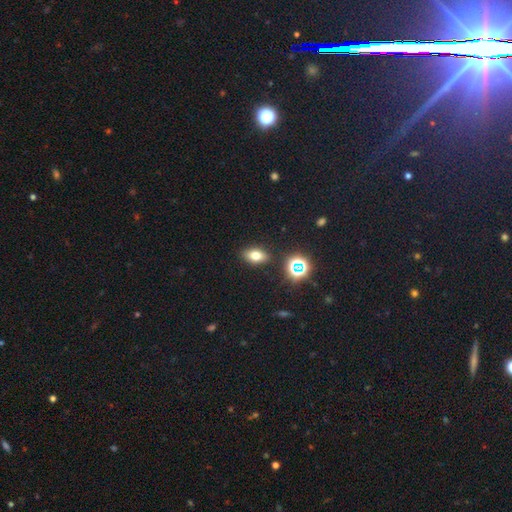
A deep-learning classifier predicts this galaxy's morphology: smooth_or_featured: smooth (p=0.69) [alt: star or artifact p=0.18]
how_rounded: in between (p=0.80) [alt: round p=0.16]
merging: none (p=0.87) [alt: minor disturbance p=0.08]